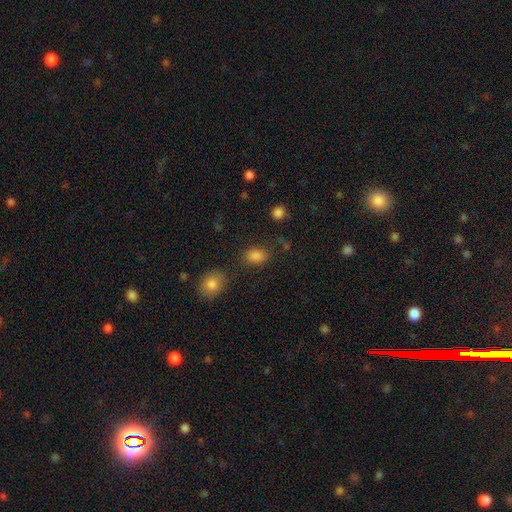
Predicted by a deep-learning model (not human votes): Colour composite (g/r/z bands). It shows a smooth galaxy with no disk features (84%) that is in between round and cigar-shaped (71%). Merging: none (77%).